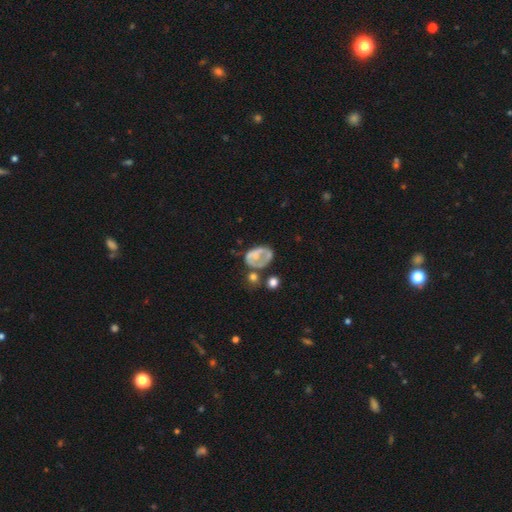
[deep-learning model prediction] This appears to be a featured or disk galaxy (48%). Merging: none (33%).